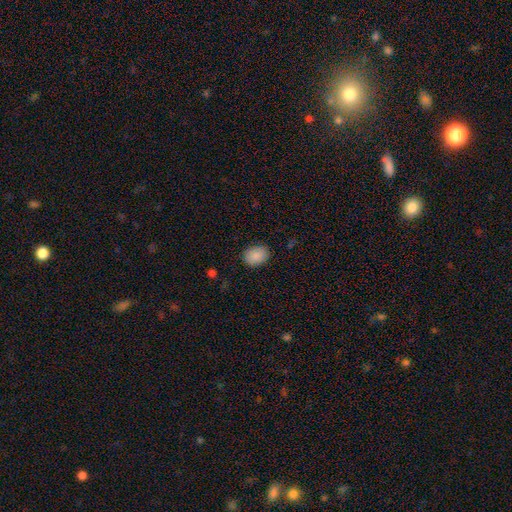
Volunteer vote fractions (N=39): Morphology: type=smooth (87%); roundness=in between (88%); merging=none (97%).